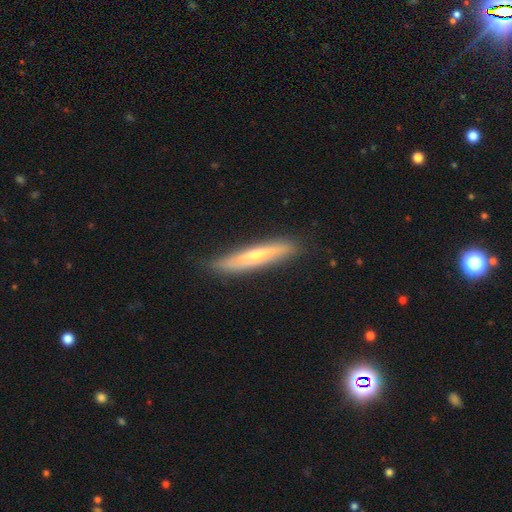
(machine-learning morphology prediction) The model was most divided on "smooth or featured": smooth: 48%, featured or disk: 46%, star or artifact: 6%. More confident: merging — none (83%).